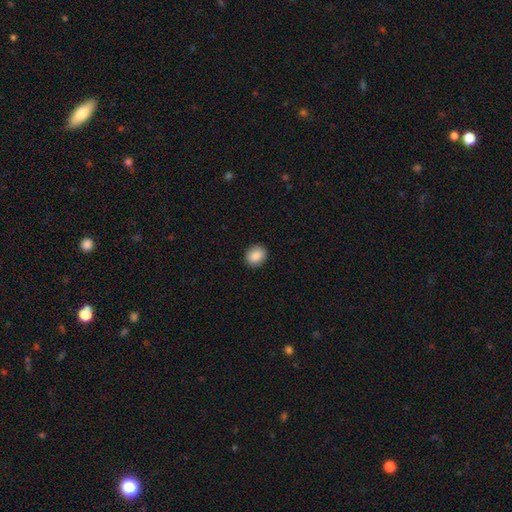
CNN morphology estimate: Q: Smooth or featured?
A: smooth (88%); runner-up: star or artifact (8%)
Q: How rounded?
A: round (67%); runner-up: in between (32%)
Q: Merging?
A: none (91%); runner-up: minor disturbance (6%)